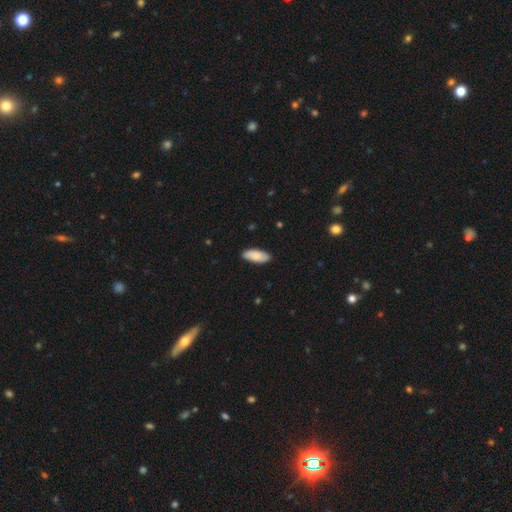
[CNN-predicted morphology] A smooth galaxy with no disk features (82%) that is in between round and cigar-shaped (82%).

Vote fractions:
- Smooth or featured? smooth: 82% / featured or disk: 12% / star or artifact: 5%
- How rounded? in between: 82% / cigar-shaped: 16% / round: 2%
- Merging? none: 89% / minor disturbance: 9% / major disturbance: 2% / merger: 1%